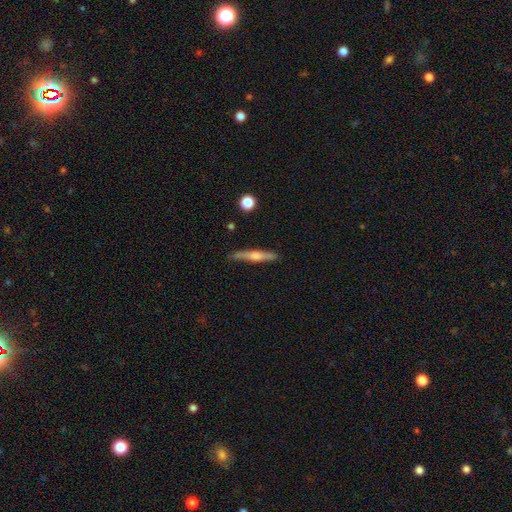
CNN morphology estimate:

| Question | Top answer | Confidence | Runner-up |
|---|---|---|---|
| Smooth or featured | featured or disk | 66% | smooth (27%) |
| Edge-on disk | yes | 97% | no (3%) |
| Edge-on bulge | rounded | 84% | none (8%) |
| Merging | none | 88% | minor disturbance (9%) |